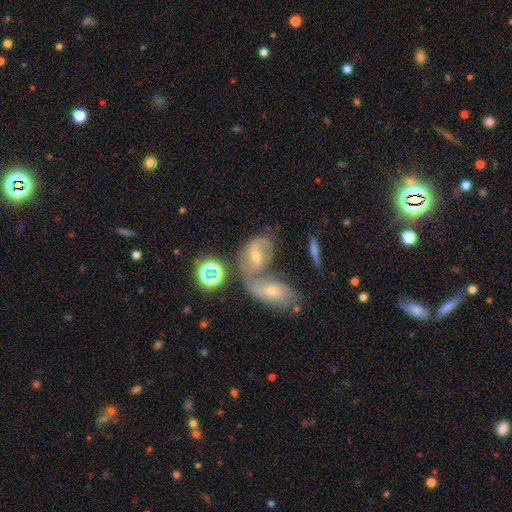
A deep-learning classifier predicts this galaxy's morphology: This appears to be a featured or disk galaxy (59%) with no bar (52%), spiral arms (74%) and a moderate central bulge (49%). Merging: merger (47%).